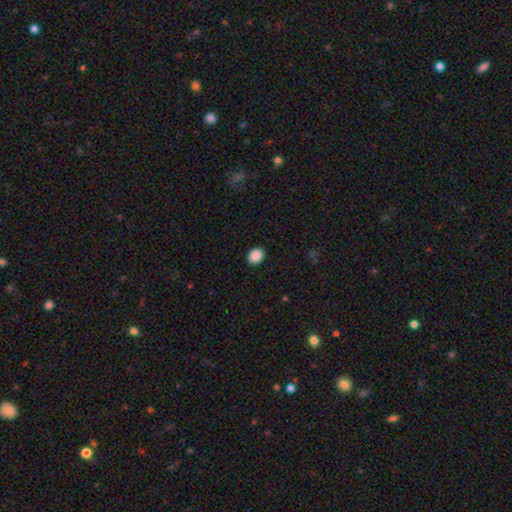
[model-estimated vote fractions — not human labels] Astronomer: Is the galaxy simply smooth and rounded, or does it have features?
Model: smooth — 89%.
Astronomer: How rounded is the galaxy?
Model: round — 50% (runner-up: in between, 49%).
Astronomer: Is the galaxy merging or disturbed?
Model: none — 90%.